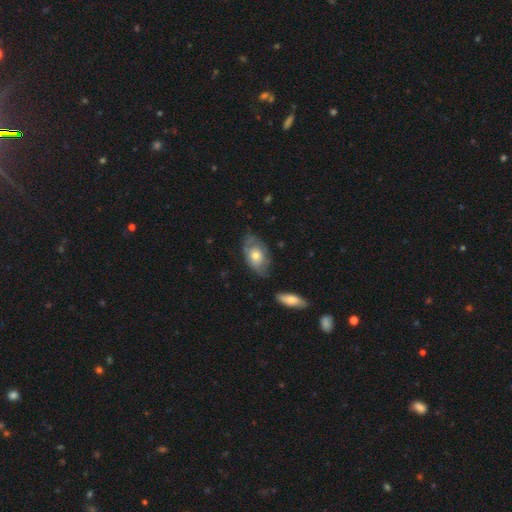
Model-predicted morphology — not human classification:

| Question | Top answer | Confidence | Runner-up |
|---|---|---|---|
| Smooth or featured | smooth | 53% | featured or disk (41%) |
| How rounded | in between | 87% | round (10%) |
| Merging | none | 56% | minor disturbance (30%) |